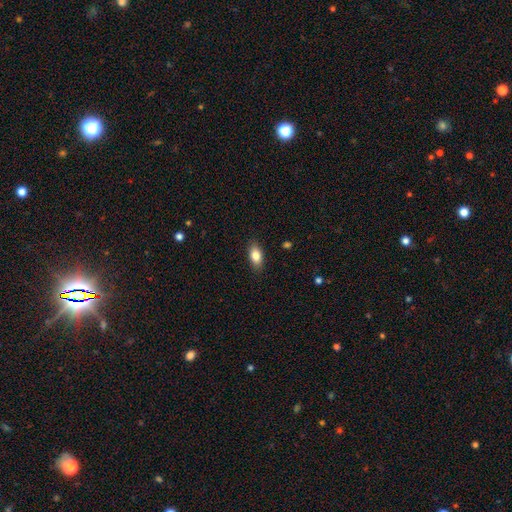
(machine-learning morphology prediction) Smooth or featured? Predicted: smooth (p=0.84). How rounded? Predicted: in between (p=0.89). Merging? Predicted: none (p=0.87).